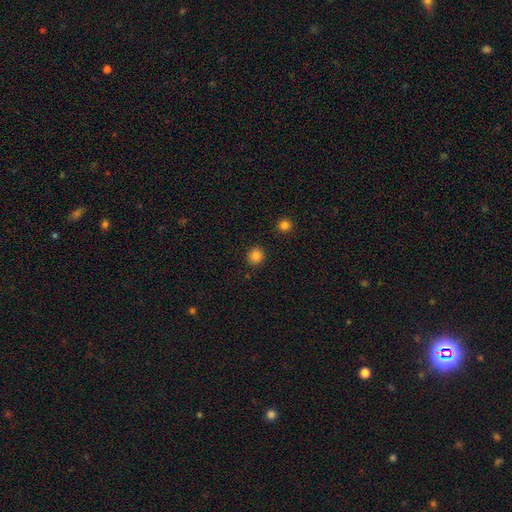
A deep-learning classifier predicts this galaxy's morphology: A smooth galaxy with no disk features (84%) that is round (90%).

Vote fractions:
- Smooth or featured? smooth: 84% / star or artifact: 12% / featured or disk: 4%
- How rounded? round: 90% / in between: 9% / cigar-shaped: 1%
- Merging? none: 91% / minor disturbance: 5% / major disturbance: 2% / merger: 2%